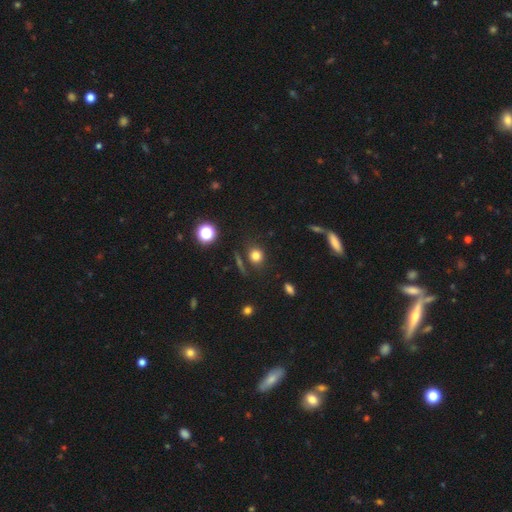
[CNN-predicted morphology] Overall: smooth (78%). How rounded: round (79%). Merging: none (78%).